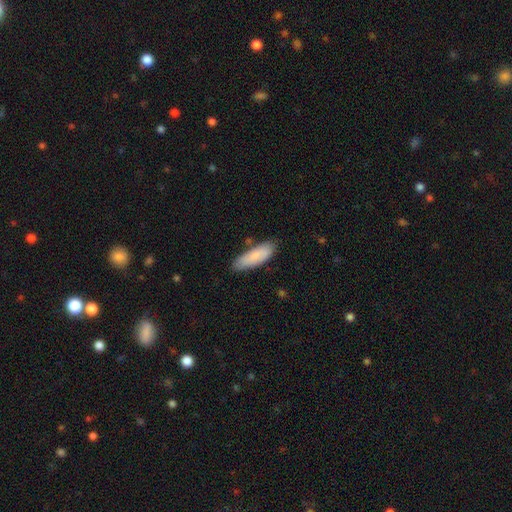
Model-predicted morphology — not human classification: A smooth galaxy with no disk features (83%) that is in between round and cigar-shaped (55%). Merging: none (77%).